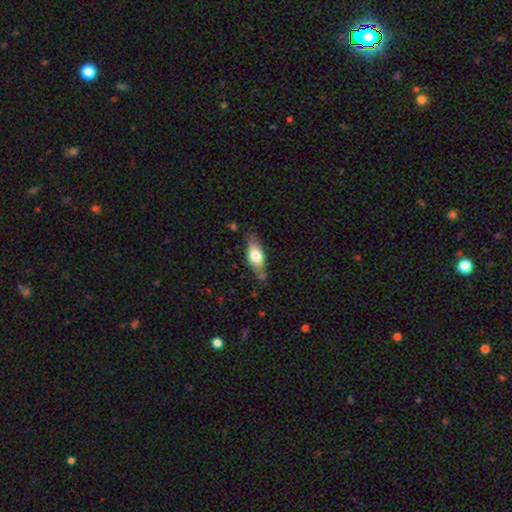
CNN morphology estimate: A smooth galaxy with no disk features (62%) that is in between round and cigar-shaped (77%).

Vote fractions:
- Smooth or featured? smooth: 62% / featured or disk: 31% / star or artifact: 7%
- How rounded? in between: 77% / cigar-shaped: 18% / round: 4%
- Merging? none: 66% / minor disturbance: 25% / major disturbance: 6% / merger: 4%